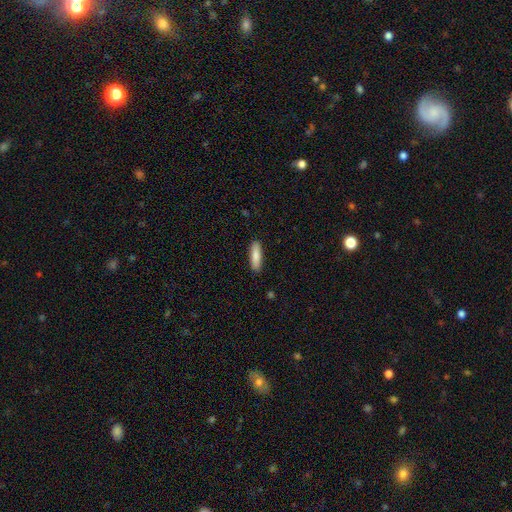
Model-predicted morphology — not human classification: The model was most divided on "how rounded": cigar-shaped: 65%, in between: 33%, round: 1%. More confident: merging — none (89%); smooth or featured — smooth (85%).